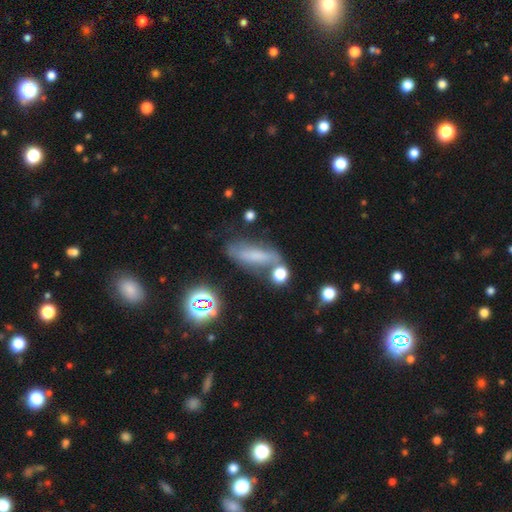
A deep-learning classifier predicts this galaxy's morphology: Smooth or featured: smooth — 53% (featured or disk — 28%)
How rounded: cigar-shaped — 48% (in between — 45%)
Merging: none — 52% (minor disturbance — 24%)